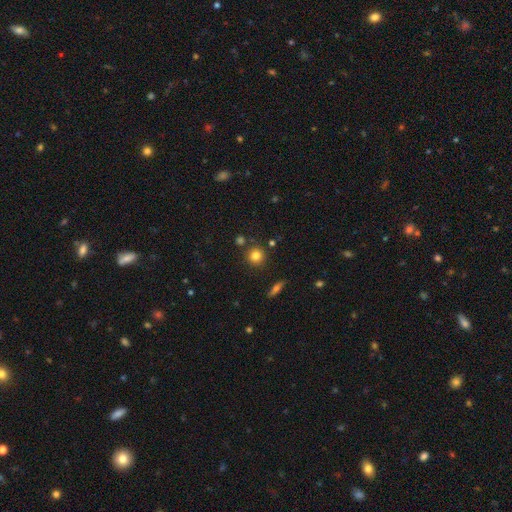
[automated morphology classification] smooth_or_featured: smooth (p=0.80) [alt: star or artifact p=0.13]
how_rounded: round (p=0.91) [alt: in between p=0.08]
merging: none (p=0.83) [alt: minor disturbance p=0.08]